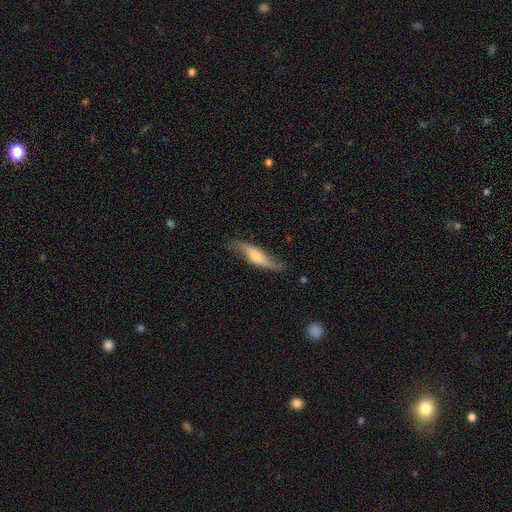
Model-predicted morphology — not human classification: The model was most divided on "edge-on disk": yes: 52%, no: 48%. More confident: merging — none (73%); smooth or featured — featured or disk (59%).